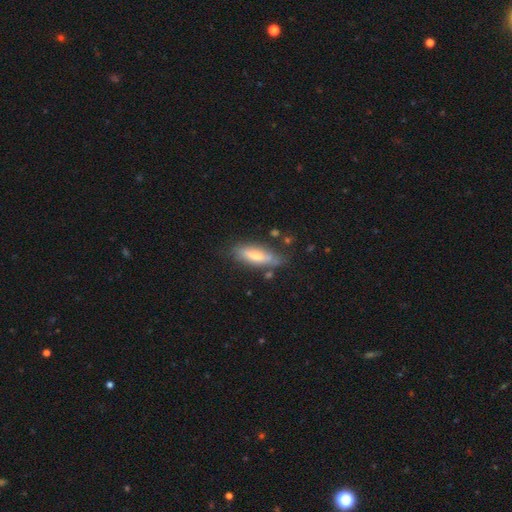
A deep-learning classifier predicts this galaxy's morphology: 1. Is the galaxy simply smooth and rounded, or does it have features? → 56% smooth, 37% featured or disk, 7% star or artifact.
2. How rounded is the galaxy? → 50% cigar-shaped, 48% in between, 2% round.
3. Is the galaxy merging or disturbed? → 71% none, 20% minor disturbance, 5% major disturbance, 5% merger.